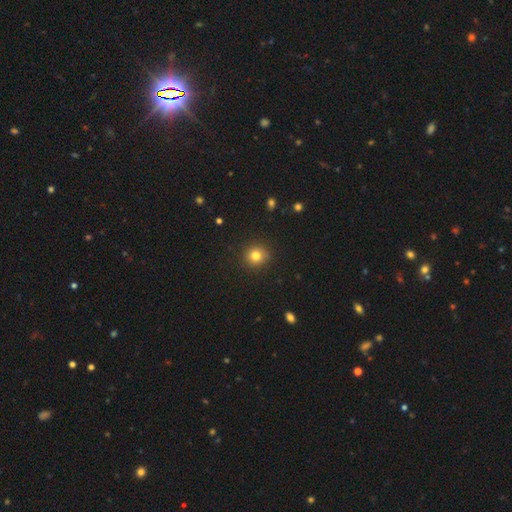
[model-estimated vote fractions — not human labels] A smooth galaxy with no disk features (81%) that is round (90%). Merging: none (89%).